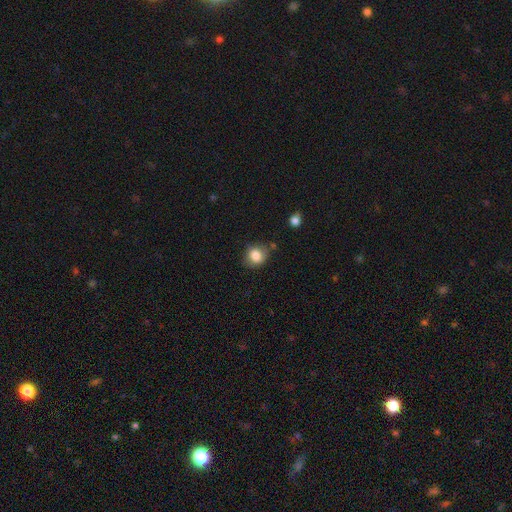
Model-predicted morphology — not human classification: Smooth or featured?
  - smooth: 83% *
  - star or artifact: 9%
  - featured or disk: 7%
How rounded?
  - round: 70% *
  - in between: 29%
  - cigar-shaped: 1%
Merging?
  - none: 71% *
  - minor disturbance: 20%
  - major disturbance: 5%
  - merger: 5%